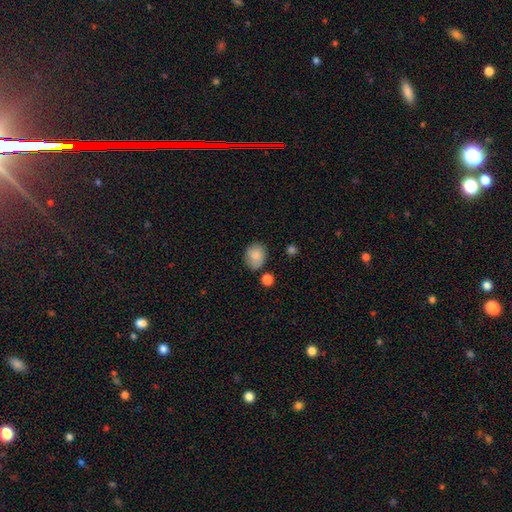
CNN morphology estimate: Smooth or featured? Predicted: smooth (p=0.84). How rounded? Predicted: round (p=0.59). Merging? Predicted: none (p=0.73).